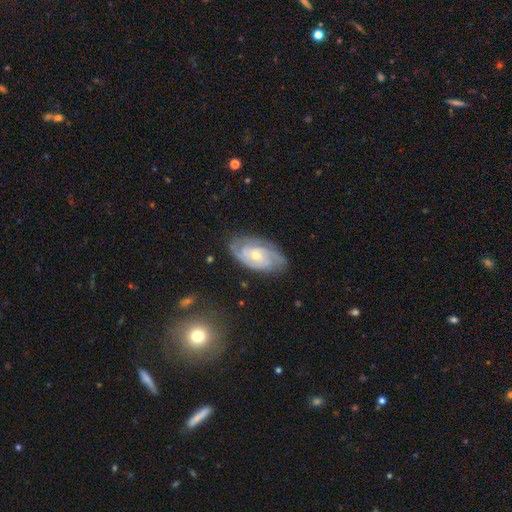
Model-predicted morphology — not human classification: This appears to be a featured or disk galaxy (85%) with no bar (69%), 3 (30%) tight (66%) spiral arms (96%) and a small central bulge (60%). Merging: none (77%).